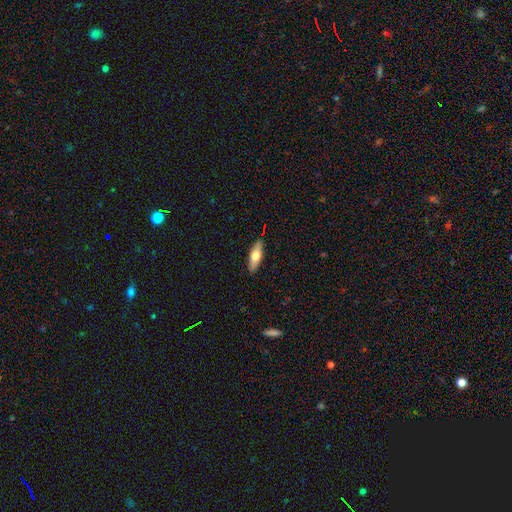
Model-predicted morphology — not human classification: A smooth galaxy with no disk features (65%) that is in between round and cigar-shaped (56%). Merging: none (87%).